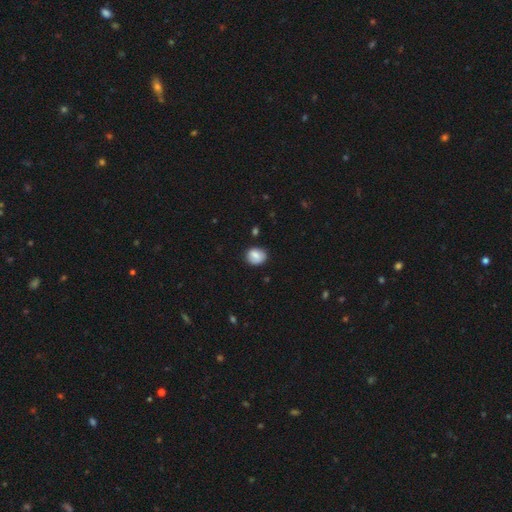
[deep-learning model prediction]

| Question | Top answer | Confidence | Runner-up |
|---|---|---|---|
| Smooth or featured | smooth | 80% | featured or disk (12%) |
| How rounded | round | 68% | in between (31%) |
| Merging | none | 80% | minor disturbance (15%) |